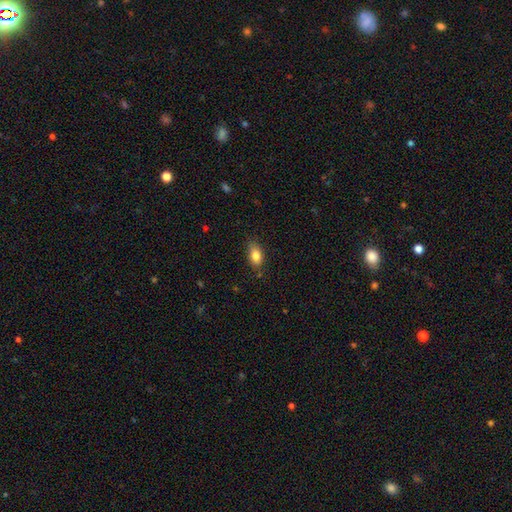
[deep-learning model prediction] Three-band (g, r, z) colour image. It shows a smooth galaxy with no disk features (82%) that is in between round and cigar-shaped (85%). Merging: none (75%).